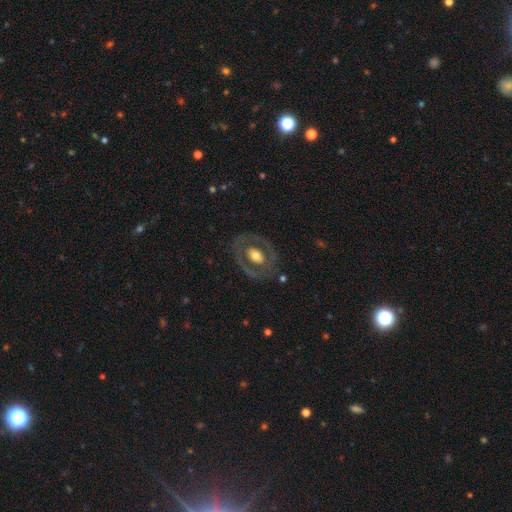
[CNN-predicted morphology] A featured or disk galaxy (56%) with no bar (73%), no spiral arms (82%) and a moderate central bulge (57%). Merging: none (77%).